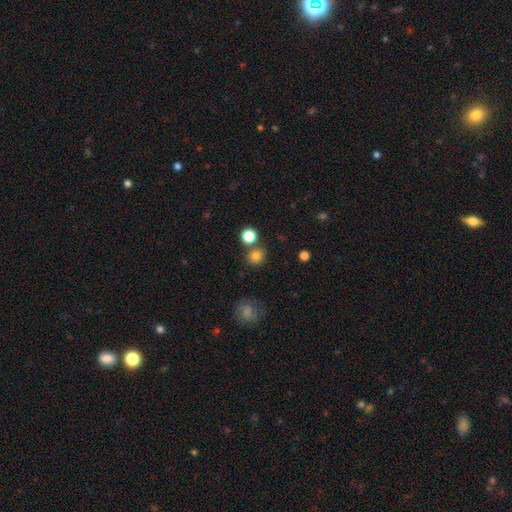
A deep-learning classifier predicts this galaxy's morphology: A smooth galaxy with no disk features (80%) that is round (86%).

Vote fractions:
- Smooth or featured? smooth: 80% / star or artifact: 14% / featured or disk: 6%
- How rounded? round: 86% / in between: 13% / cigar-shaped: 1%
- Merging? none: 75% / merger: 14% / minor disturbance: 8% / major disturbance: 3%